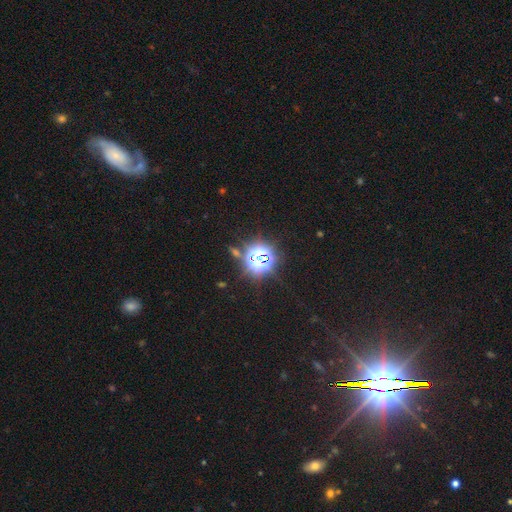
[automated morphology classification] Smooth or featured?
  - star or artifact: 70% *
  - smooth: 18%
  - featured or disk: 12%